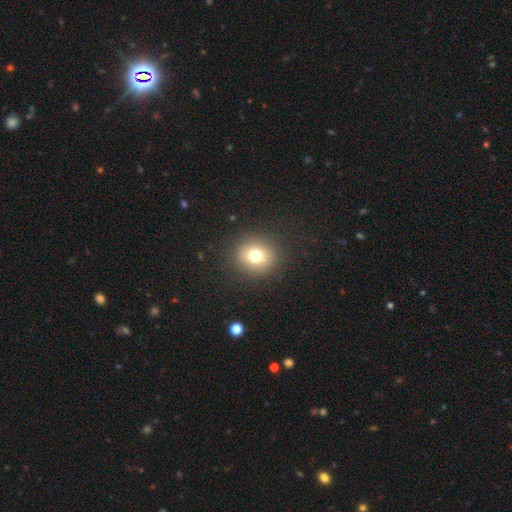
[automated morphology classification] Overall: smooth (76%). How rounded: round (85%). Merging: none (90%).